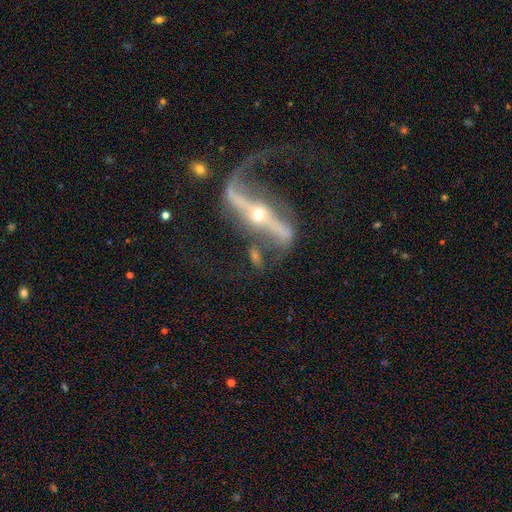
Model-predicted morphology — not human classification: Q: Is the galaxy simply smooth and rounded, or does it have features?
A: featured or disk — 86%.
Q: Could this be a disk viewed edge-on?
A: no — 69%.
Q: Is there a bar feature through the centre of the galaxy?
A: strong — 59%.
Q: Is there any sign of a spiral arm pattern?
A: yes — 83%.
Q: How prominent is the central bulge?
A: small — 54%.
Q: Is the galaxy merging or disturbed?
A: none — 43%.